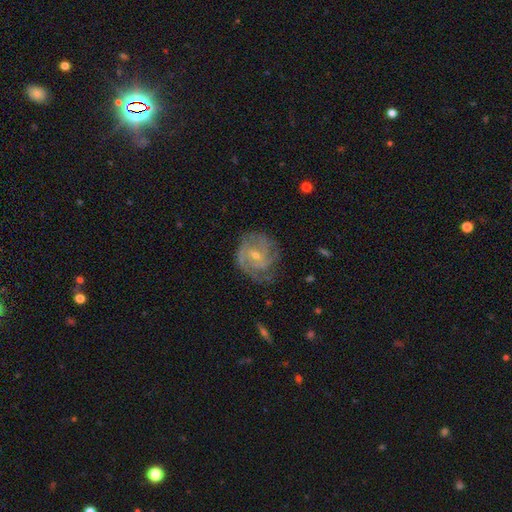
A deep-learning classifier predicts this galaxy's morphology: featured or disk 83%, smooth 10%, star or artifact 7%. Down the decision tree: edge-on disk — no (97%); bar — weak (45%, tied with no); spiral arms — yes (95%); spiral arm count — 3 (30%); spiral winding — tight (56%); bulge size — small (58%); merging — none (68%).